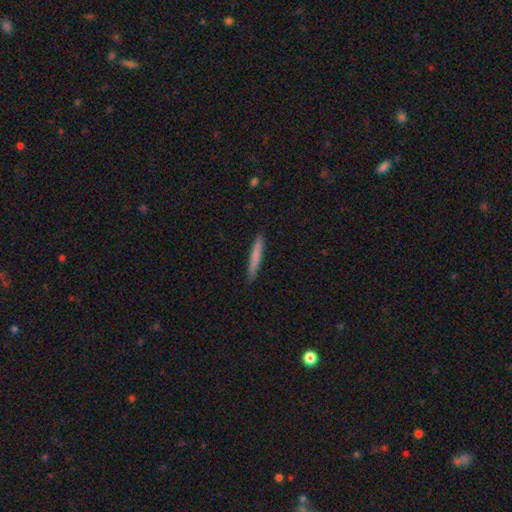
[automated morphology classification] Q: Smooth or featured?
A: smooth (72%); runner-up: featured or disk (22%)
Q: How rounded?
A: cigar-shaped (96%); runner-up: in between (3%)
Q: Merging?
A: none (90%); runner-up: minor disturbance (7%)